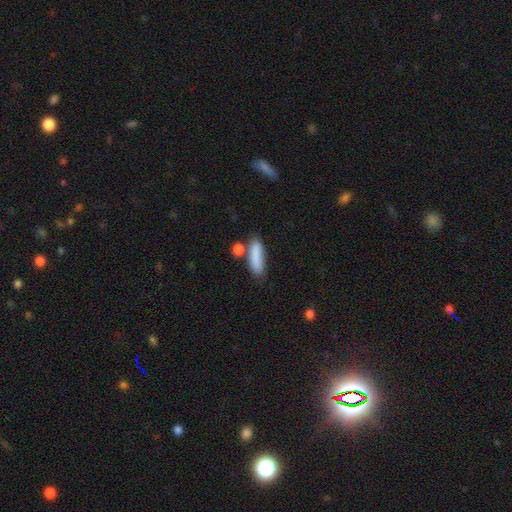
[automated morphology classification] This appears to be a smooth galaxy with no disk features (85%) that is cigar-shaped (49%). Merging: none (64%).